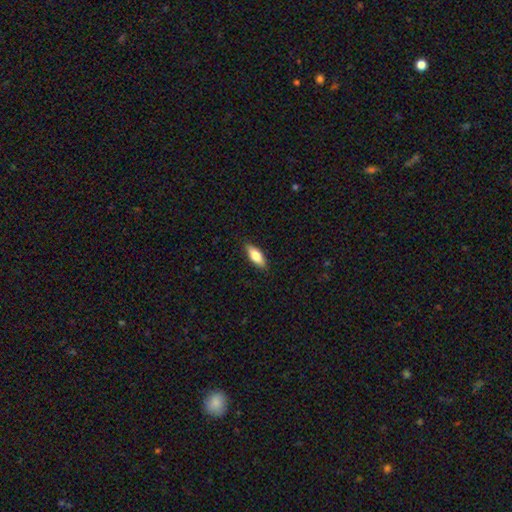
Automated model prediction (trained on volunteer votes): Overall: smooth (76%). How rounded: in between (73%). Merging: none (88%).